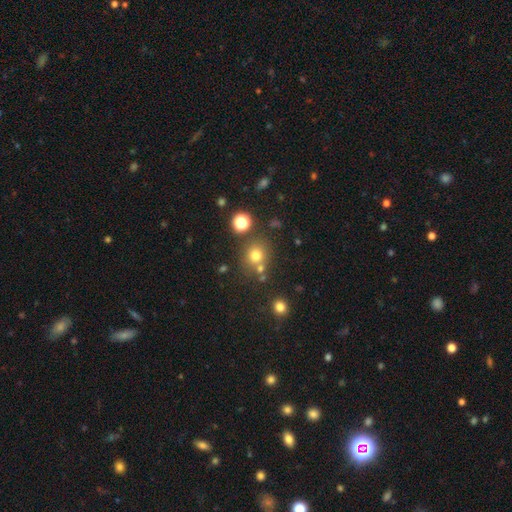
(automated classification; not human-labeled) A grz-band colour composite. It shows a smooth galaxy with no disk features (73%) that is round (85%). Merging: none (72%).